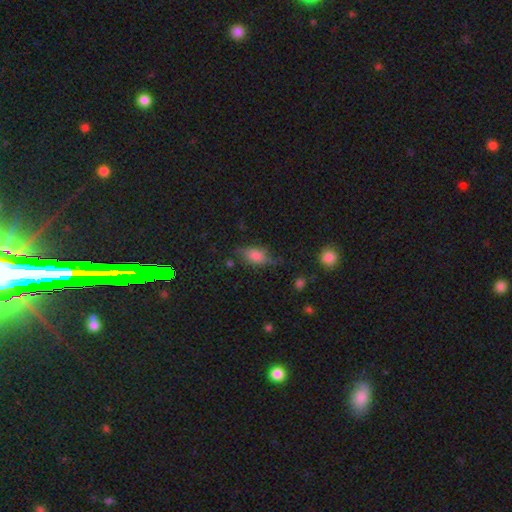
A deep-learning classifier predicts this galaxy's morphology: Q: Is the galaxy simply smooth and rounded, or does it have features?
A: smooth — 72%.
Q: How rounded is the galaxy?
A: in between — 83%.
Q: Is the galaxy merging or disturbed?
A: none — 62%.